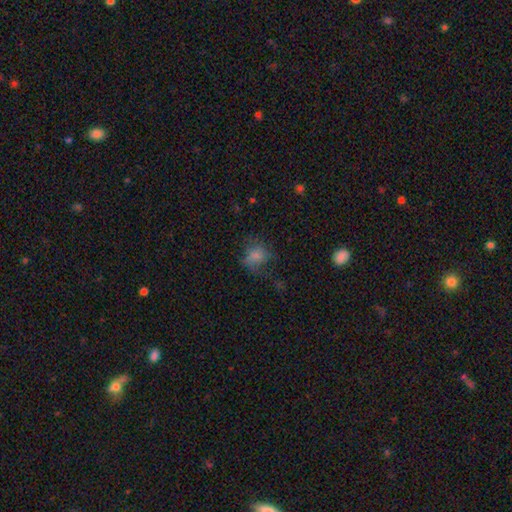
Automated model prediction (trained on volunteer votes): This is likely a smooth galaxy (68%). How rounded: possibly round (58%). Merging: marginally none (41%).